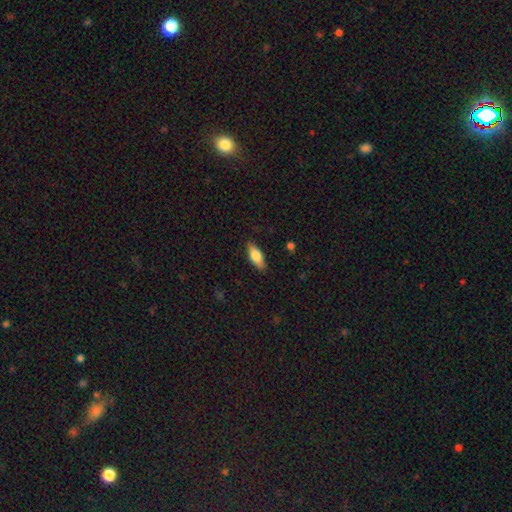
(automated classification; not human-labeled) Smooth or featured: smooth — 74% (featured or disk — 20%)
How rounded: in between — 74% (cigar-shaped — 23%)
Merging: none — 86% (minor disturbance — 10%)